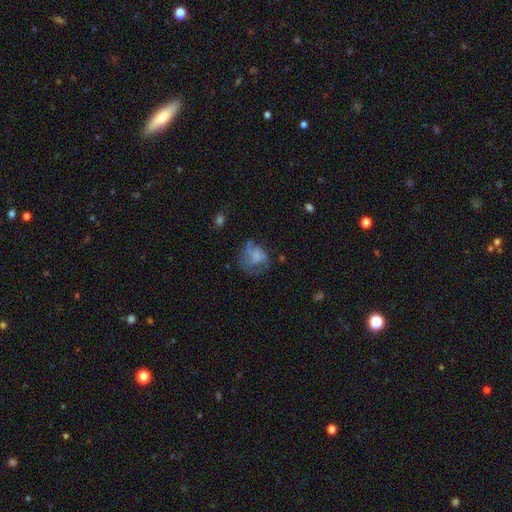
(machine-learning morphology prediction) smooth-or-featured: smooth: 52% | featured or disk: 36% | star or artifact: 12%
  how-rounded: round: 59% | in between: 40% | cigar-shaped: 1%
  merging: none: 41% | major disturbance: 31% | minor disturbance: 24% | merger: 4%